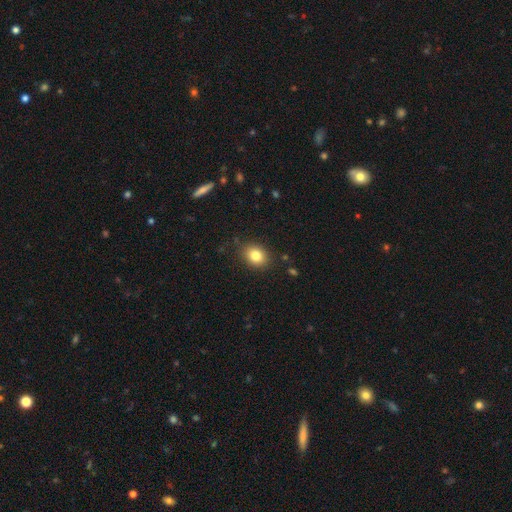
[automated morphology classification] smooth-or-featured: smooth: 82% | star or artifact: 10% | featured or disk: 8%
  how-rounded: in between: 52% | round: 47% | cigar-shaped: 1%
  merging: none: 85% | minor disturbance: 11% | major disturbance: 3% | merger: 1%